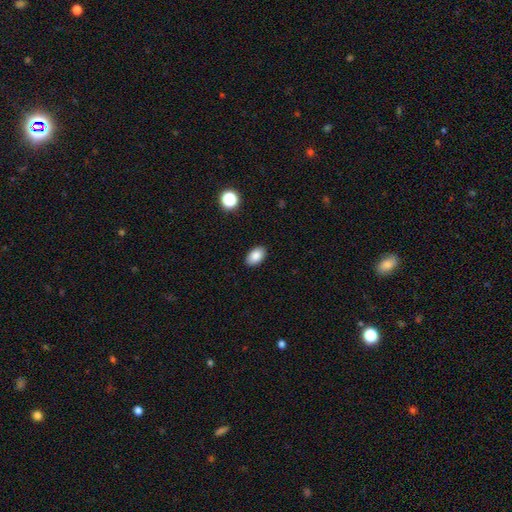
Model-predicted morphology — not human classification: smooth 86%, star or artifact 8%, featured or disk 5%. Down the decision tree: how rounded — in between (90%); merging — none (89%).